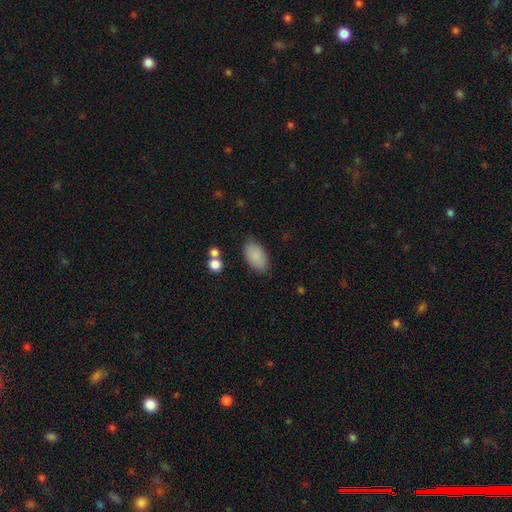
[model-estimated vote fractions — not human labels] Smooth or featured? Predicted: smooth (p=0.88). How rounded? Predicted: in between (p=0.94). Merging? Predicted: none (p=0.82).